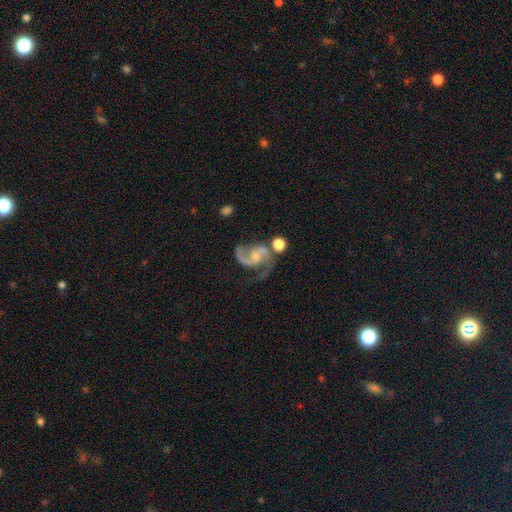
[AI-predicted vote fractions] Smooth or featured? Predicted: featured or disk (p=0.89). Edge-on disk? Predicted: no (p=0.98). Bar? Predicted: no (p=0.53). Spiral arms? Predicted: yes (p=0.97). Spiral winding? Predicted: medium (p=0.53). Spiral arm count? Predicted: 2 (p=0.87). Bulge size? Predicted: small (p=0.47). Merging? Predicted: none (p=0.47).